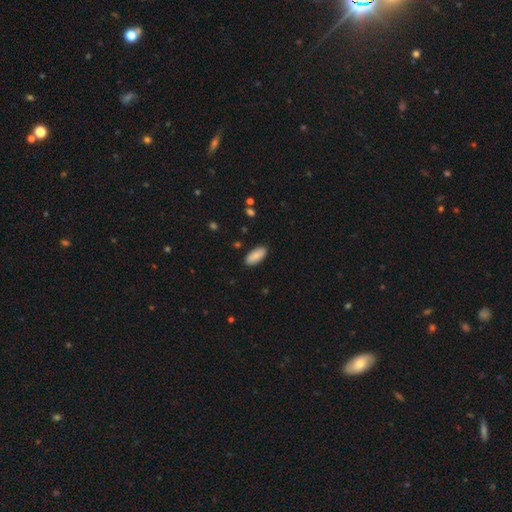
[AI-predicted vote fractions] A smooth galaxy with no disk features (85%) that is in between round and cigar-shaped (91%).

Vote fractions:
- Smooth or featured? smooth: 85% / featured or disk: 9% / star or artifact: 6%
- How rounded? in between: 91% / cigar-shaped: 8% / round: 2%
- Merging? none: 88% / minor disturbance: 9% / major disturbance: 2% / merger: 1%